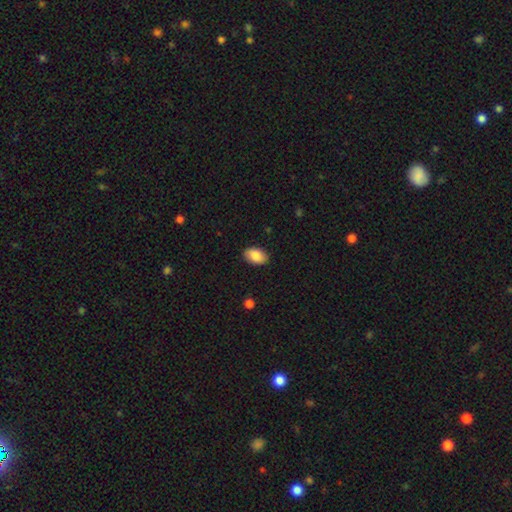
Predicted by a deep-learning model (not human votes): smooth-or-featured: smooth: 87% | featured or disk: 7% | star or artifact: 6%
  how-rounded: in between: 90% | round: 8% | cigar-shaped: 1%
  merging: none: 88% | minor disturbance: 9% | major disturbance: 2% | merger: 1%